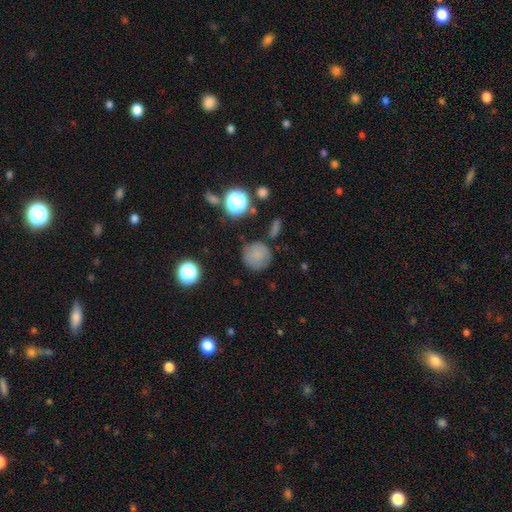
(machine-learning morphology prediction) smooth_or_featured: smooth (p=0.77) [alt: star or artifact p=0.13]
how_rounded: round (p=0.92) [alt: in between p=0.07]
merging: none (p=0.73) [alt: minor disturbance p=0.16]